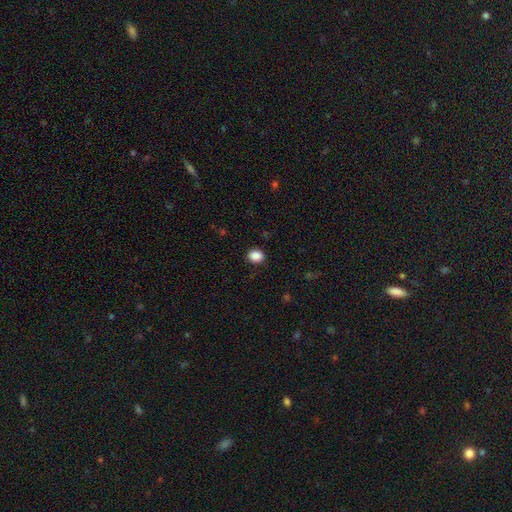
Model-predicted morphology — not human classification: Overall: smooth (88%). How rounded: round (54%; in between 45%). Merging: none (89%).